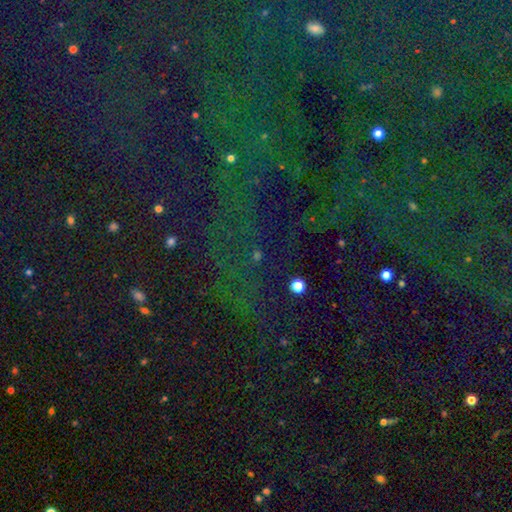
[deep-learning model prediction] Smooth or featured?
  - star or artifact: 78% *
  - smooth: 13%
  - featured or disk: 9%